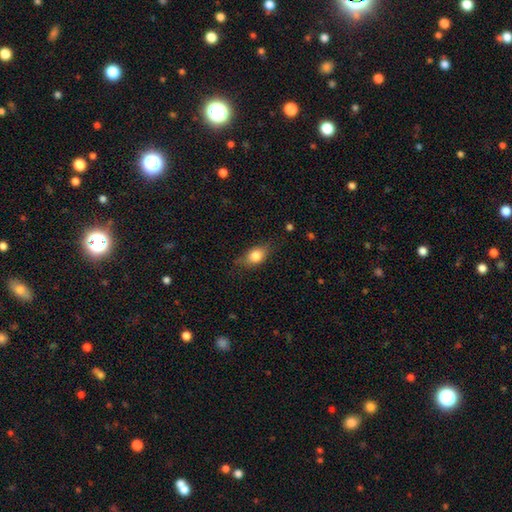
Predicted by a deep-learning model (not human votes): Smooth or featured?
  - smooth: 79% *
  - featured or disk: 13%
  - star or artifact: 8%
How rounded?
  - in between: 78% *
  - round: 16%
  - cigar-shaped: 5%
Merging?
  - none: 73% *
  - minor disturbance: 21%
  - major disturbance: 5%
  - merger: 1%